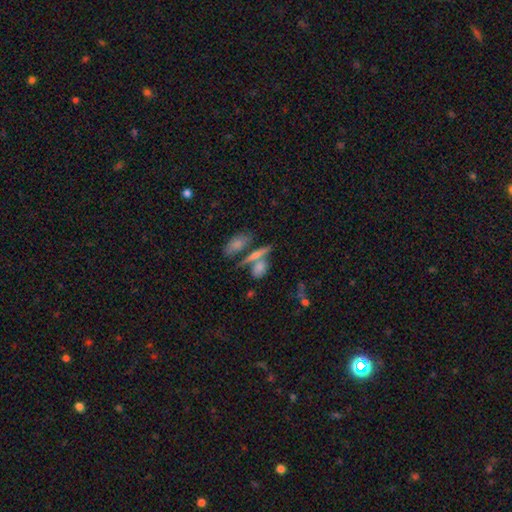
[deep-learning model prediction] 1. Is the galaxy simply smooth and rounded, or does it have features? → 62% smooth, 25% featured or disk, 13% star or artifact.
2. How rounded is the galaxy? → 48% in between, 41% cigar-shaped, 11% round.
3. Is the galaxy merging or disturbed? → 47% none, 36% merger, 11% minor disturbance, 6% major disturbance.